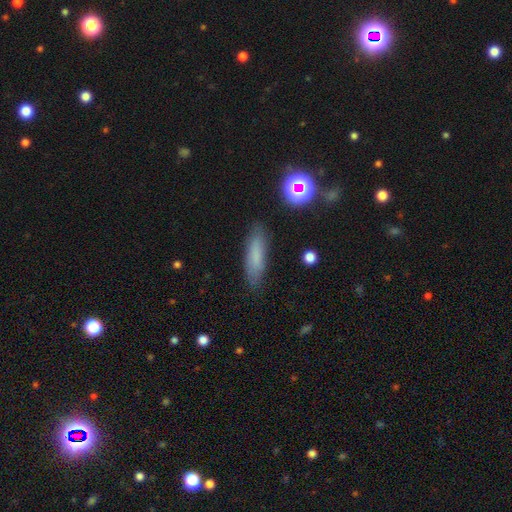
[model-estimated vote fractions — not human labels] A smooth galaxy with no disk features (73%) that is cigar-shaped (64%).

Vote fractions:
- Smooth or featured? smooth: 73% / featured or disk: 15% / star or artifact: 12%
- How rounded? cigar-shaped: 64% / in between: 33% / round: 3%
- Merging? none: 82% / minor disturbance: 13% / major disturbance: 3% / merger: 2%